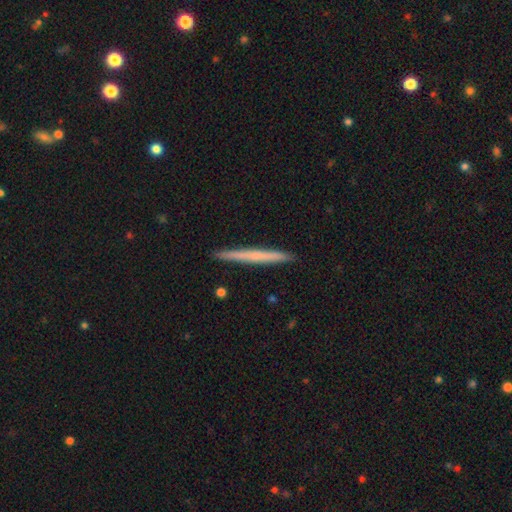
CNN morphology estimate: A smooth galaxy with no disk features (53%) that is cigar-shaped (97%). Merging: none (92%).